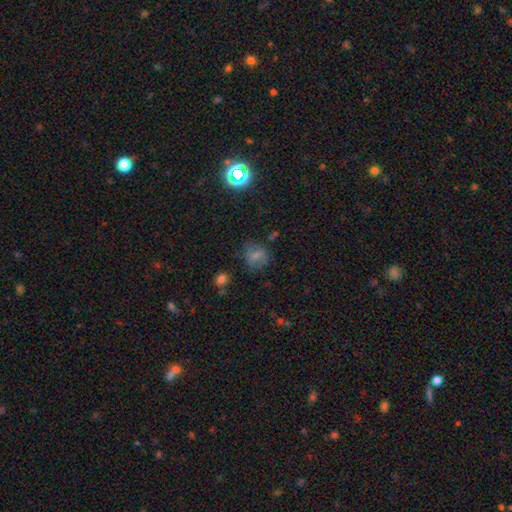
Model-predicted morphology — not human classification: Smooth or featured?
  - smooth: 66% *
  - featured or disk: 17%
  - star or artifact: 17%
How rounded?
  - round: 69% *
  - in between: 30%
  - cigar-shaped: 1%
Merging?
  - none: 66% *
  - minor disturbance: 21%
  - major disturbance: 10%
  - merger: 3%